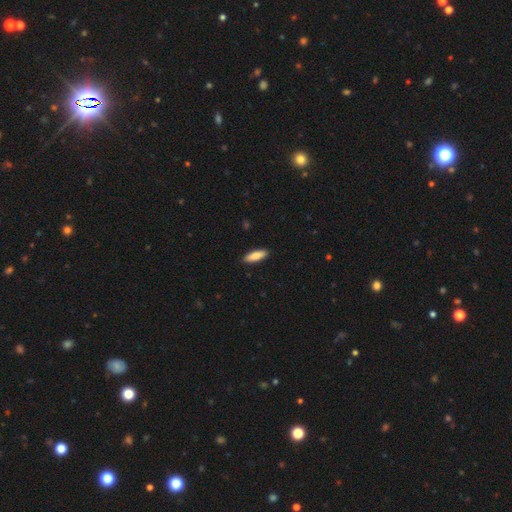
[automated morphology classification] Overall: smooth (84%). How rounded: in between (53%; cigar-shaped 45%). Merging: none (90%).